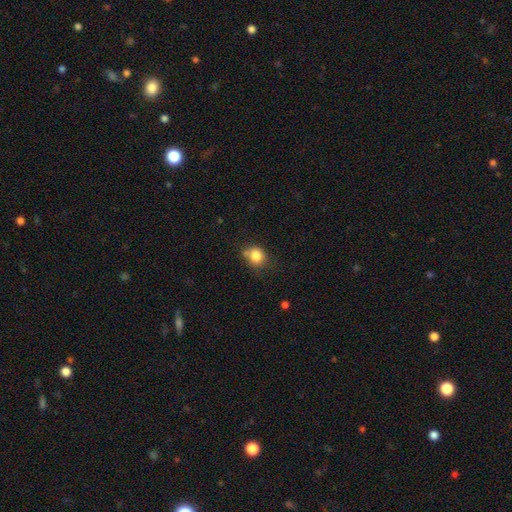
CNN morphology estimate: A smooth galaxy with no disk features (83%) that is round (75%).

Vote fractions:
- Smooth or featured? smooth: 83% / star or artifact: 10% / featured or disk: 7%
- How rounded? round: 75% / in between: 25% / cigar-shaped: 1%
- Merging? none: 63% / minor disturbance: 19% / merger: 13% / major disturbance: 5%